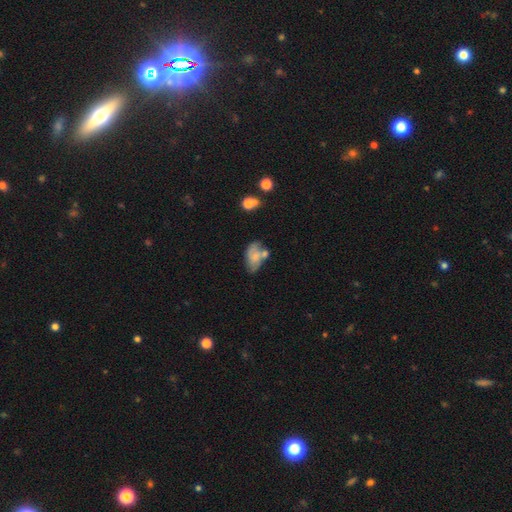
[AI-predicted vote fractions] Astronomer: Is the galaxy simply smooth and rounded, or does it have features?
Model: smooth — 46% (runner-up: featured or disk, 45%).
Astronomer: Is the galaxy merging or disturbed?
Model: none — 37% (runner-up: merger, 25%).